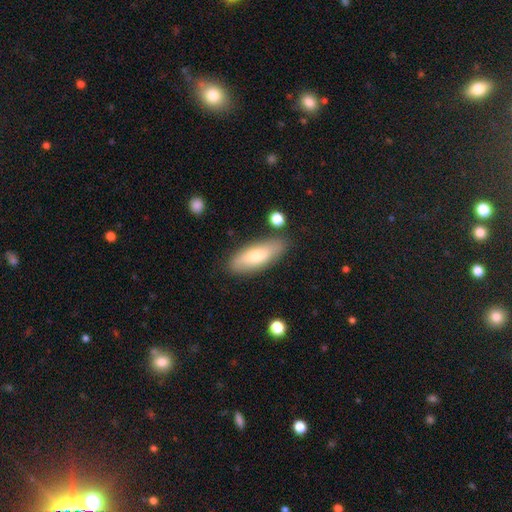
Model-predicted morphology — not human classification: This appears to be a smooth galaxy with no disk features (69%) that is in between round and cigar-shaped (68%). Merging: none (82%).